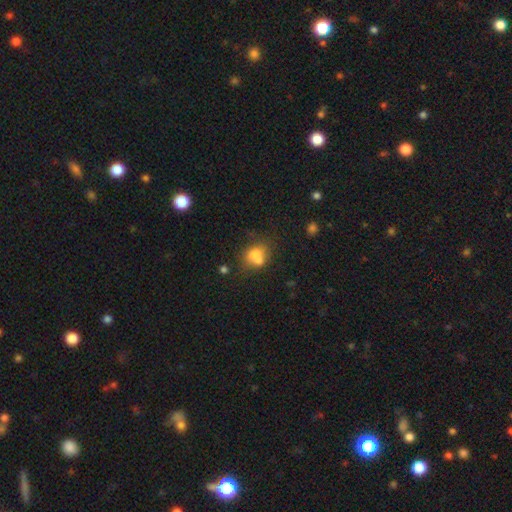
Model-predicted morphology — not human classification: A smooth galaxy with no disk features (68%) that is round (55%).

Vote fractions:
- Smooth or featured? smooth: 68% / featured or disk: 20% / star or artifact: 12%
- How rounded? round: 55% / in between: 43% / cigar-shaped: 1%
- Merging? merger: 49% / none: 33% / minor disturbance: 12% / major disturbance: 6%